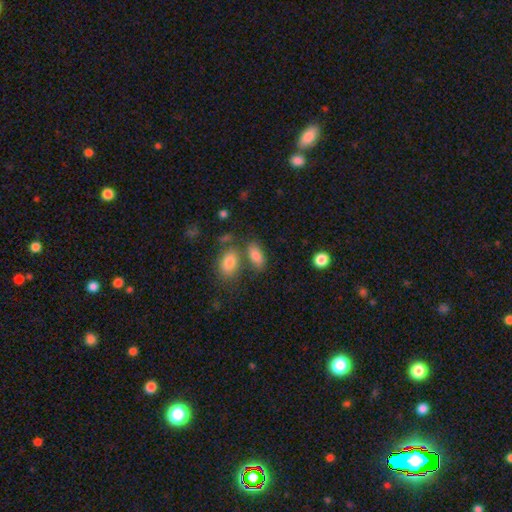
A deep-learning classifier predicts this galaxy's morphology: Smooth or featured?
  - smooth: 81% *
  - featured or disk: 10%
  - star or artifact: 9%
How rounded?
  - in between: 87% *
  - cigar-shaped: 7%
  - round: 5%
Merging?
  - none: 56% *
  - merger: 24%
  - minor disturbance: 15%
  - major disturbance: 6%